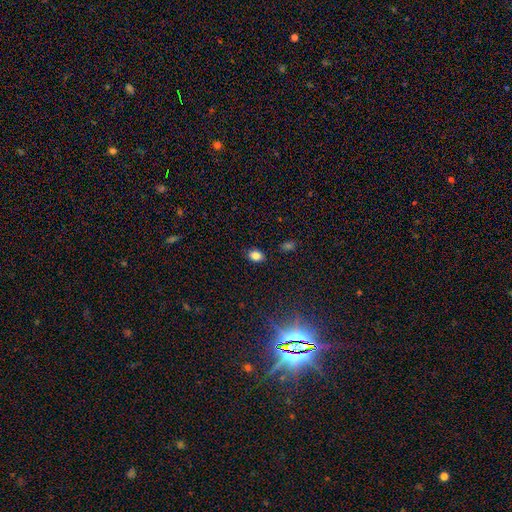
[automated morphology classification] This appears to be a smooth galaxy with no disk features (83%) that is in between round and cigar-shaped (69%). Merging: none (85%).